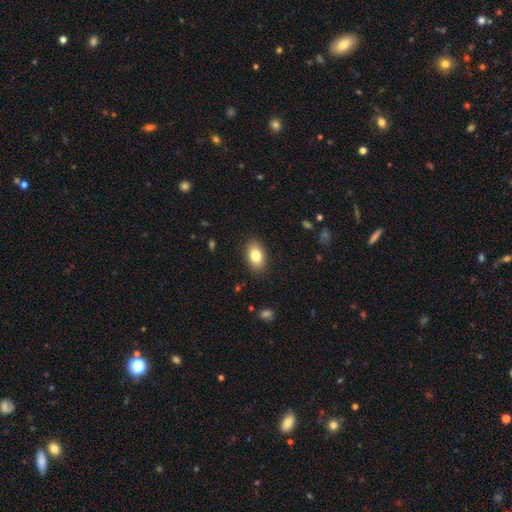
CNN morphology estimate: Smooth or featured: smooth — 83% (featured or disk — 9%)
How rounded: in between — 89% (round — 10%)
Merging: none — 88% (minor disturbance — 9%)